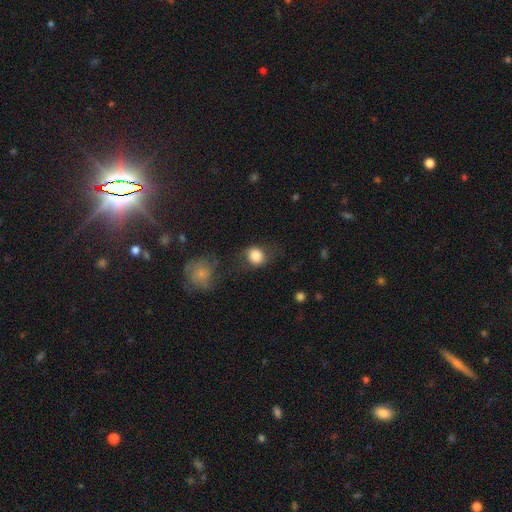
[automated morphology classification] smooth-or-featured: smooth: 84% | star or artifact: 8% | featured or disk: 8%
  how-rounded: round: 71% | in between: 28% | cigar-shaped: 1%
  merging: none: 65% | minor disturbance: 21% | major disturbance: 11% | merger: 4%